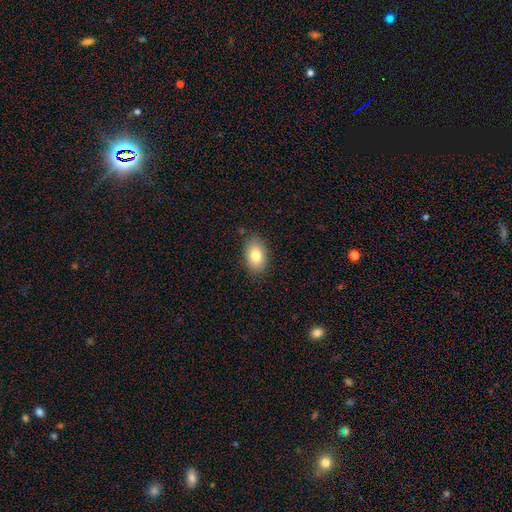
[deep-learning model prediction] This is likely a smooth galaxy (80%). How rounded: clearly in between (88%). Merging: clearly none (85%).